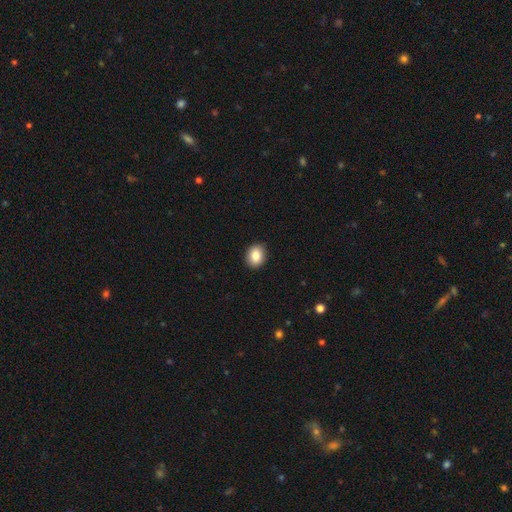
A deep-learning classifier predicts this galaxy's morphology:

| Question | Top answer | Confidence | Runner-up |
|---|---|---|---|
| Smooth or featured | smooth | 85% | star or artifact (9%) |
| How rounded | in between | 52% | round (47%) |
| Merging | none | 91% | minor disturbance (6%) |